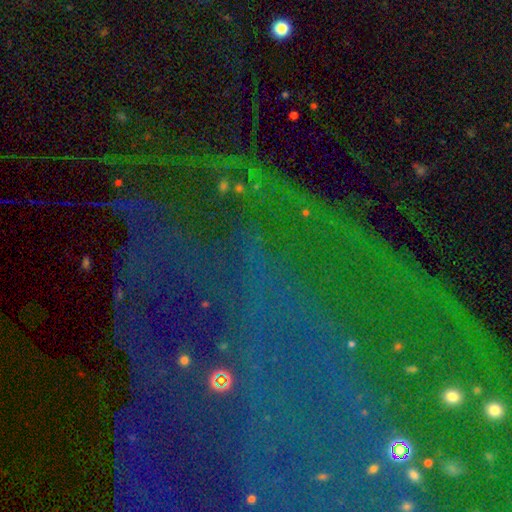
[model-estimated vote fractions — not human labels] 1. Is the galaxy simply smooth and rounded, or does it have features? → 82% star or artifact, 10% featured or disk, 8% smooth.